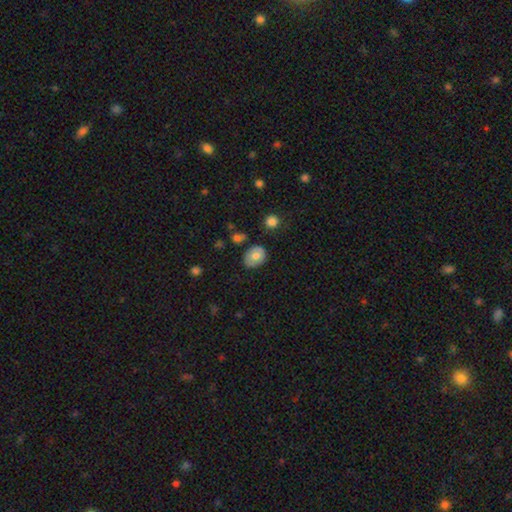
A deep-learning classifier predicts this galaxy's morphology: A smooth galaxy with no disk features (70%) that is in between round and cigar-shaped (59%).

Vote fractions:
- Smooth or featured? smooth: 70% / featured or disk: 22% / star or artifact: 8%
- How rounded? in between: 59% / round: 40% / cigar-shaped: 1%
- Merging? none: 74% / minor disturbance: 19% / major disturbance: 4% / merger: 3%